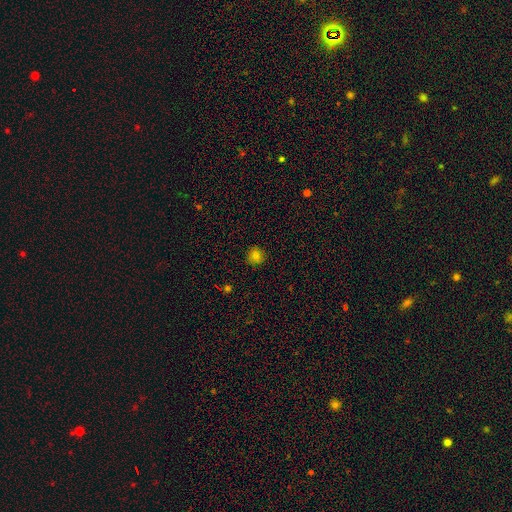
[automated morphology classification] Overall: smooth (78%). How rounded: round (90%). Merging: none (88%).